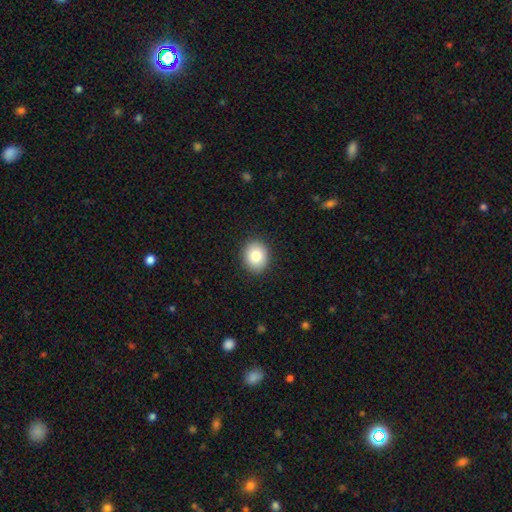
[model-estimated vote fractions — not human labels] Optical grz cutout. It shows a smooth galaxy with no disk features (83%) that is round (62%). Merging: none (90%).